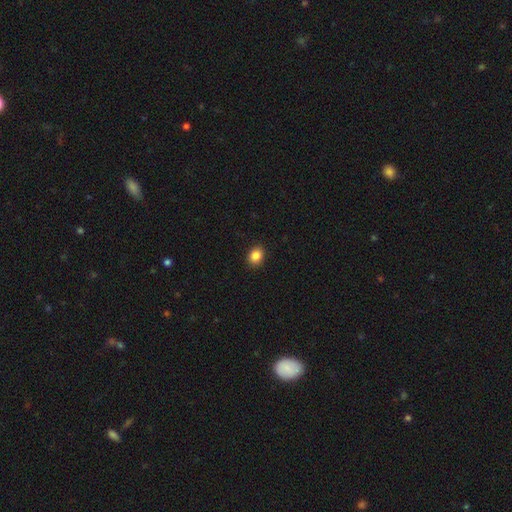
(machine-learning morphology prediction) Smooth or featured? smooth (87%)
How rounded? in between (50%)
Merging? none (90%)